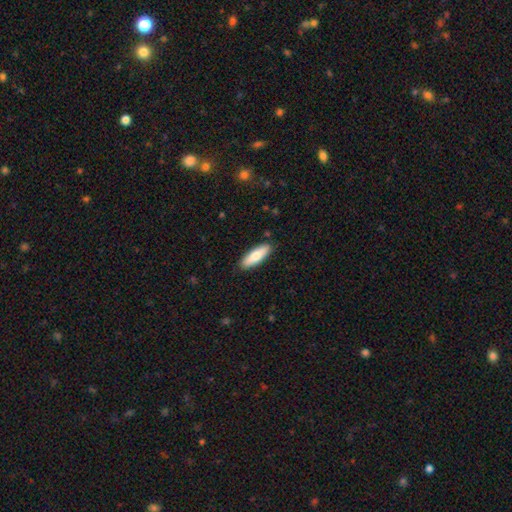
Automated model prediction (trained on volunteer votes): smooth 76%, featured or disk 19%, star or artifact 5%. Down the decision tree: how rounded — in between (51%); merging — none (89%).